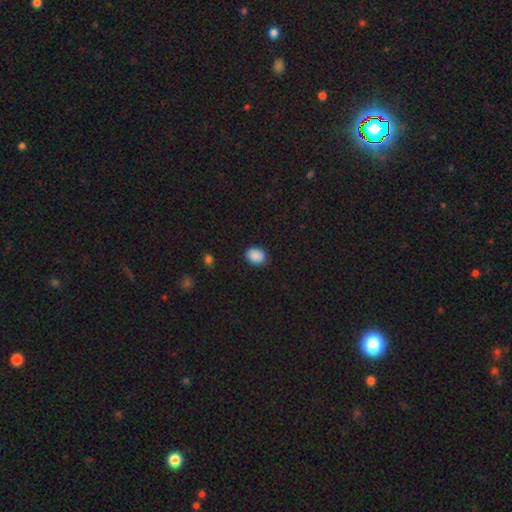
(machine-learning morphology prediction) This is clearly a smooth galaxy (89%). How rounded: likely in between (65%). Merging: clearly none (87%).